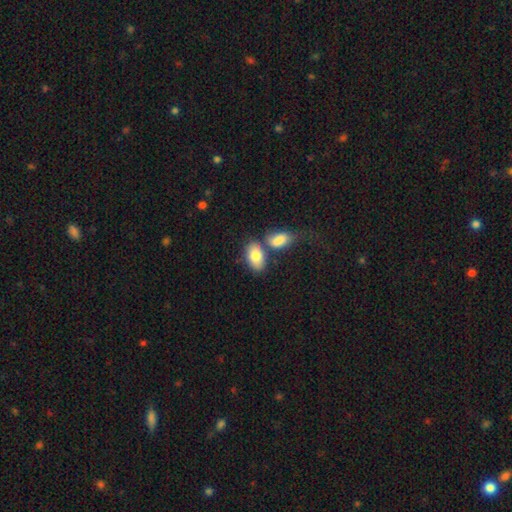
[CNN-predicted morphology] This is clearly a smooth galaxy (82%). How rounded: clearly in between (92%). Merging: possibly none (49%).